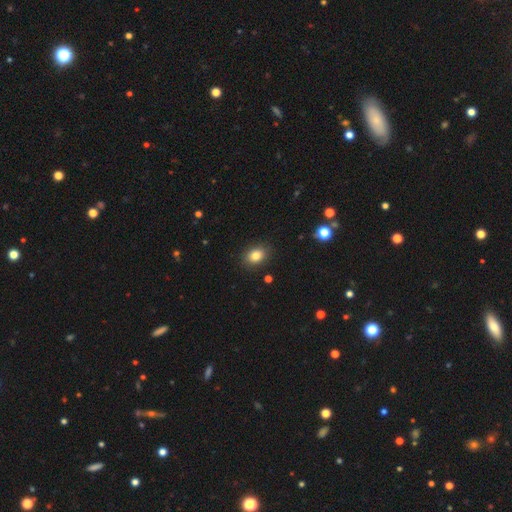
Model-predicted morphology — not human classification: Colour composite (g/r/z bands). It shows a smooth galaxy with no disk features (82%) that is in between round and cigar-shaped (62%). Merging: none (88%).